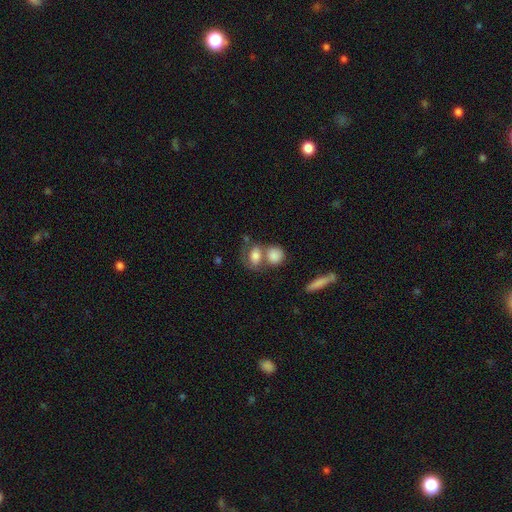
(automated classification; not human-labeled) smooth_or_featured: smooth (p=0.70) [alt: featured or disk p=0.21]
how_rounded: in between (p=0.62) [alt: round p=0.35]
merging: merger (p=0.47) [alt: none p=0.32]